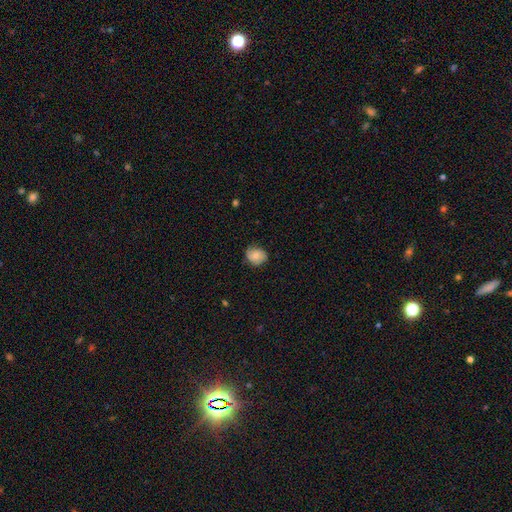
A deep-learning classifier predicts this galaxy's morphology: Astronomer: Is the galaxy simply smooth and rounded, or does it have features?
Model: smooth — 68%.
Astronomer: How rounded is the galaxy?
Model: round — 63%.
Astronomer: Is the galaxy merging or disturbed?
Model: none — 75%.